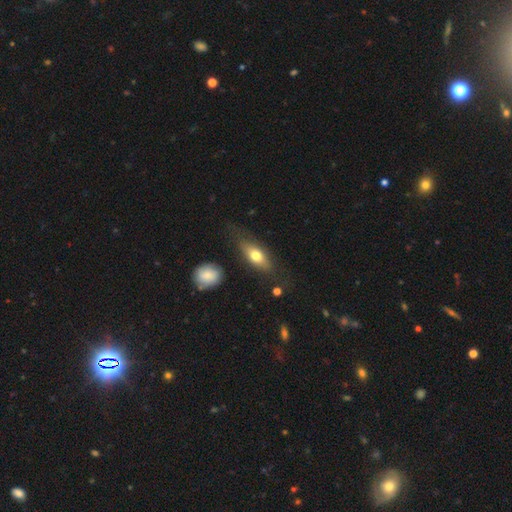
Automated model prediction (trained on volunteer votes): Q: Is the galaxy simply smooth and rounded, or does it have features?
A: smooth — 68%.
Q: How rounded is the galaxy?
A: in between — 76%.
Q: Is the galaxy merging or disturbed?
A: none — 66%.